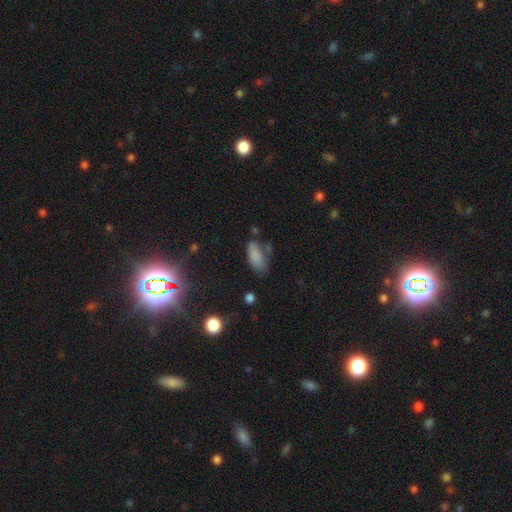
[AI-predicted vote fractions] Smooth or featured? smooth (82%)
How rounded? in between (87%)
Merging? none (51%)